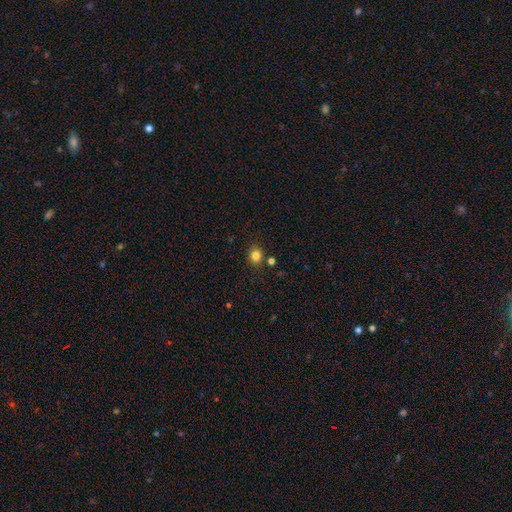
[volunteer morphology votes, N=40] type=smooth (88%); roundness=round (74%); merging=none (83%).